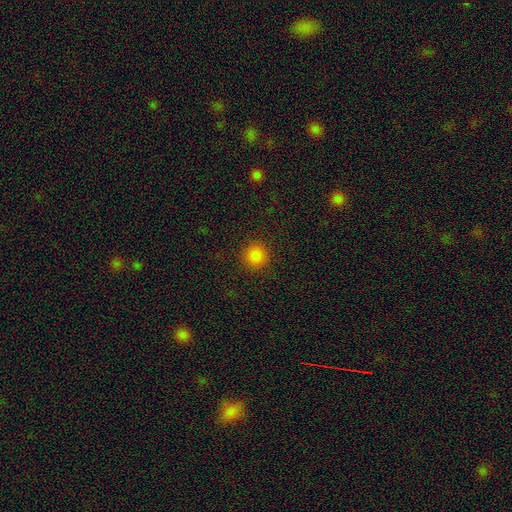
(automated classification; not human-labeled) Smooth or featured? smooth (84%)
How rounded? round (93%)
Merging? none (90%)